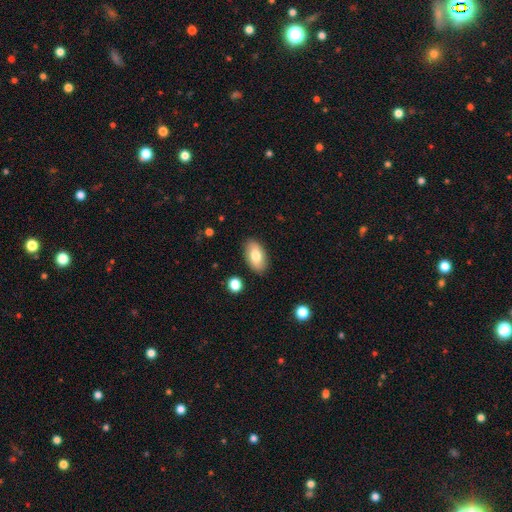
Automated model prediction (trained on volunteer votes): This appears to be a smooth galaxy with no disk features (76%) that is in between round and cigar-shaped (93%). Merging: none (87%).